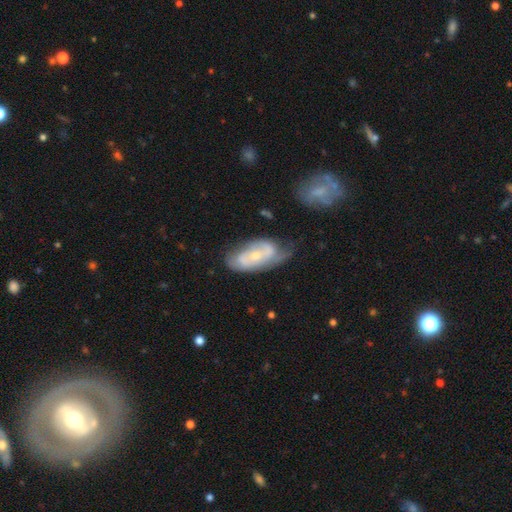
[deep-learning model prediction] This appears to be a featured or disk galaxy (71%) with no bar (63%), 2 (56%) tight (43%) spiral arms (81%) and a small central bulge (57%). Merging: none (51%).